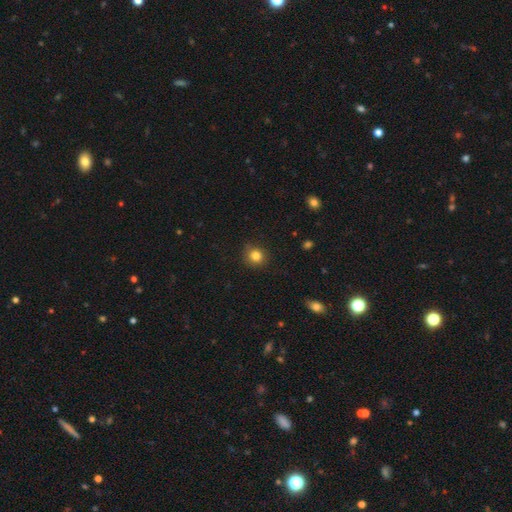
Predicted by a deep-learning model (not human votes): Smooth or featured?
  - smooth: 83% *
  - star or artifact: 12%
  - featured or disk: 5%
How rounded?
  - round: 87% *
  - in between: 12%
  - cigar-shaped: 1%
Merging?
  - none: 86% *
  - minor disturbance: 10%
  - major disturbance: 2%
  - merger: 1%